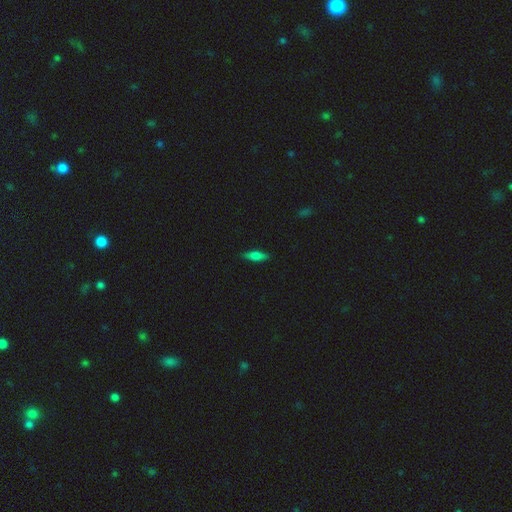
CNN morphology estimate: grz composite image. It shows a smooth galaxy with no disk features (65%) that is cigar-shaped (49%). Merging: none (86%).